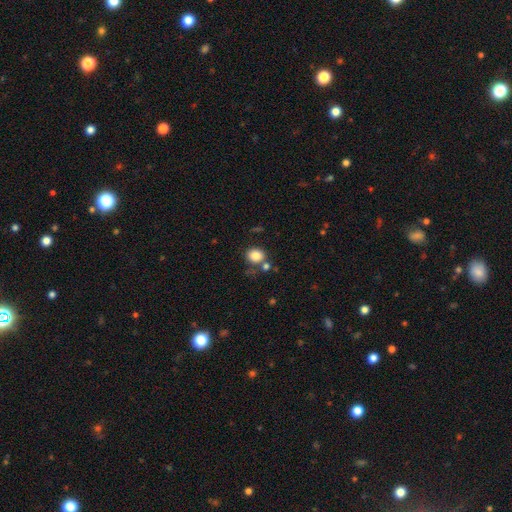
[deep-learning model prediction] Smooth or featured: smooth — 84% (star or artifact — 10%)
How rounded: round — 65% (in between — 34%)
Merging: none — 65% (merger — 16%)